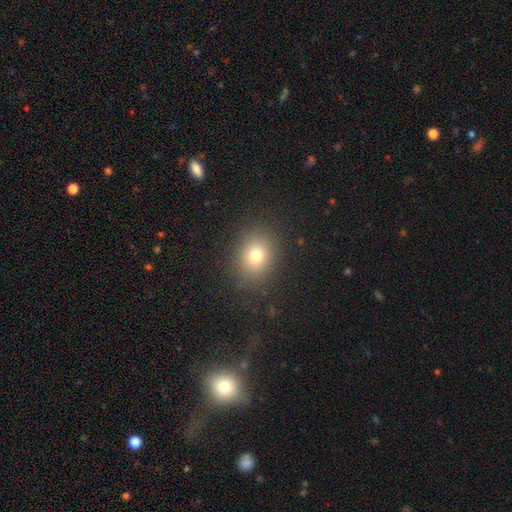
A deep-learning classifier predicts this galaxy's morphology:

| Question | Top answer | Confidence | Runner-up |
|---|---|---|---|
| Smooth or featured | smooth | 75% | star or artifact (14%) |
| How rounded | round | 54% | in between (45%) |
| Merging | none | 86% | minor disturbance (9%) |